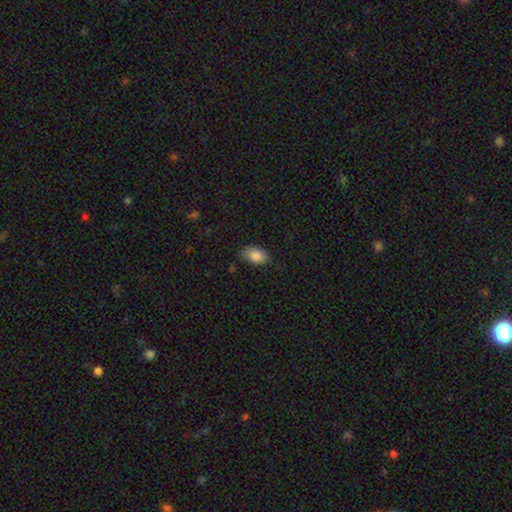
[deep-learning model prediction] Smooth or featured: smooth — 88% (star or artifact — 7%)
How rounded: in between — 91% (round — 7%)
Merging: none — 74% (minor disturbance — 21%)